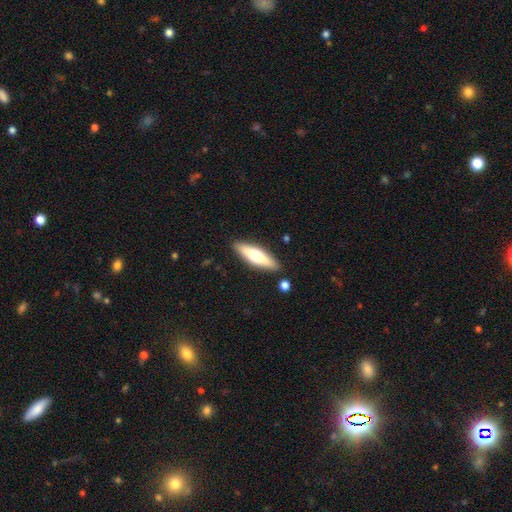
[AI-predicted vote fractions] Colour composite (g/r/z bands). It shows a smooth galaxy with no disk features (54%) that is cigar-shaped (63%). Merging: none (87%).